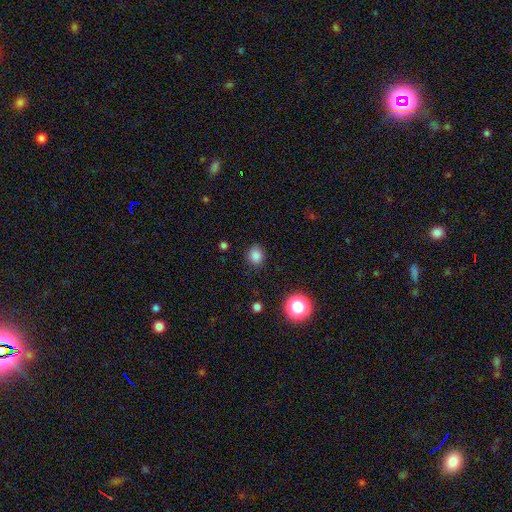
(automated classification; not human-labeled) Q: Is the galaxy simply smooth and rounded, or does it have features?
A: smooth — 83%.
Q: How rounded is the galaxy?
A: round — 72%.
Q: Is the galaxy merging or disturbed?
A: none — 86%.